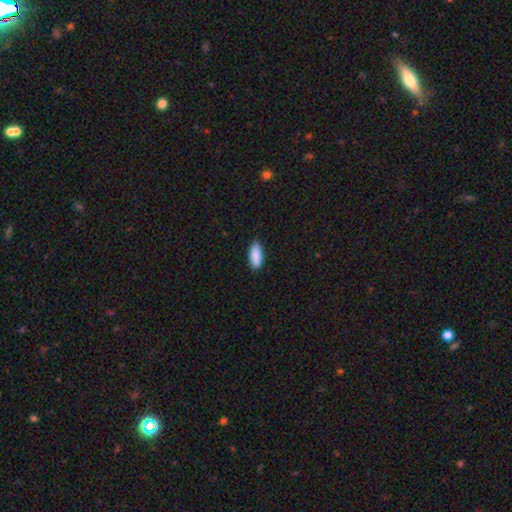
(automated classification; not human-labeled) Morphology: type=smooth (90%); roundness=in between (81%); merging=none (85%).